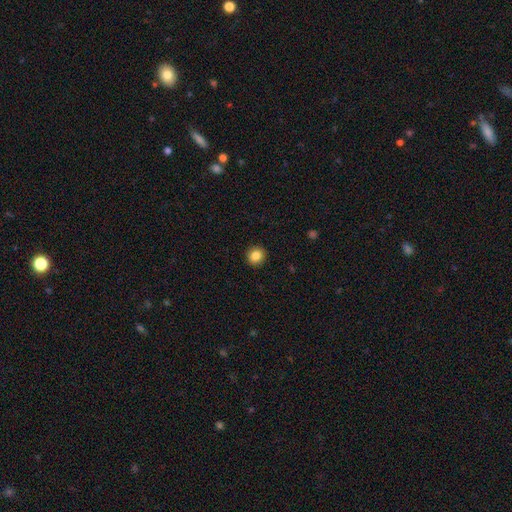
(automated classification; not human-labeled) Overall: smooth (85%). How rounded: round (89%). Merging: none (92%).